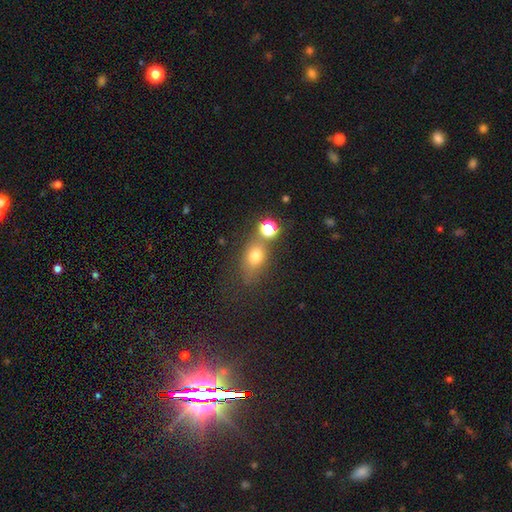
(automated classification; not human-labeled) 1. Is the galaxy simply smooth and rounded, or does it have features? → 73% smooth, 16% star or artifact, 11% featured or disk.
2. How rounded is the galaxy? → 58% in between, 39% round, 3% cigar-shaped.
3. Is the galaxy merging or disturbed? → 54% none, 21% merger, 17% minor disturbance, 9% major disturbance.